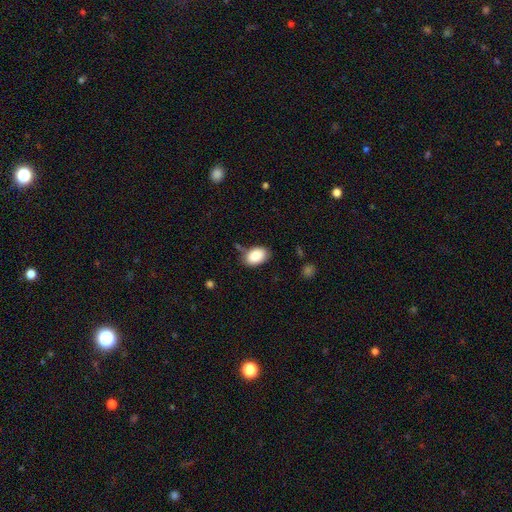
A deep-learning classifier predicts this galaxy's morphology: Smooth or featured? Predicted: smooth (p=0.88). How rounded? Predicted: in between (p=0.89). Merging? Predicted: none (p=0.77).